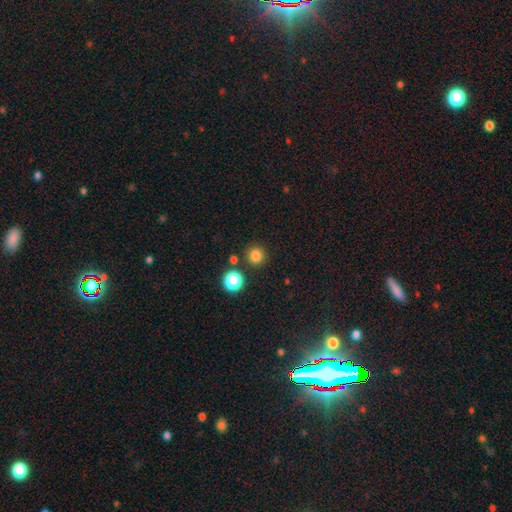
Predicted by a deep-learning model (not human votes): This appears to be a smooth galaxy with no disk features (80%) that is round (95%). Merging: none (88%).